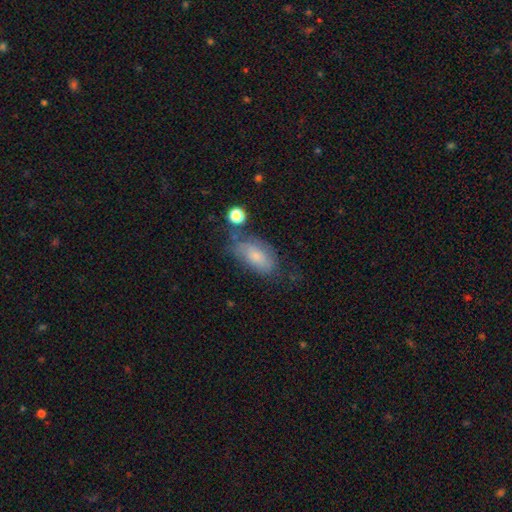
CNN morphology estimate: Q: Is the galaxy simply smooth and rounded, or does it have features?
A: smooth — 59%.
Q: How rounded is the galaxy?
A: in between — 89%.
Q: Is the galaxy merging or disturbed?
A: none — 49%.